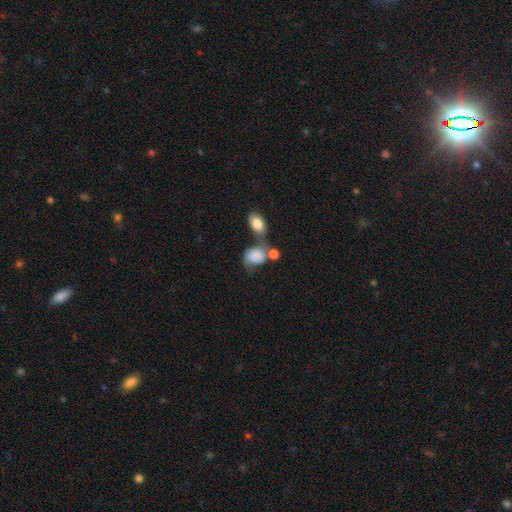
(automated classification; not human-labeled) smooth-or-featured: smooth: 75% | featured or disk: 17% | star or artifact: 8%
  how-rounded: in between: 65% | round: 33% | cigar-shaped: 2%
  merging: merger: 43% | none: 25% | minor disturbance: 17% | major disturbance: 14%